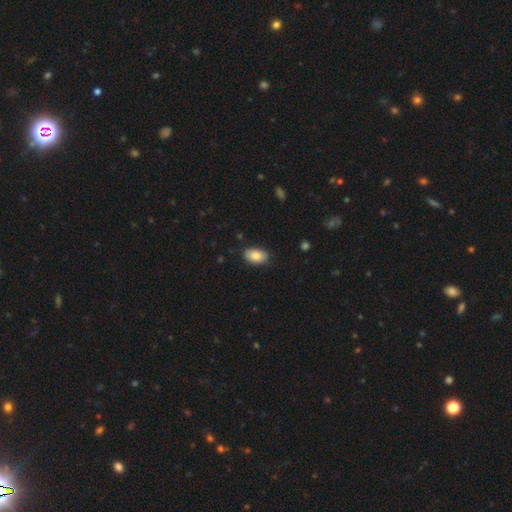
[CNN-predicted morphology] This appears to be a smooth galaxy with no disk features (85%) that is in between round and cigar-shaped (92%). Merging: none (83%).